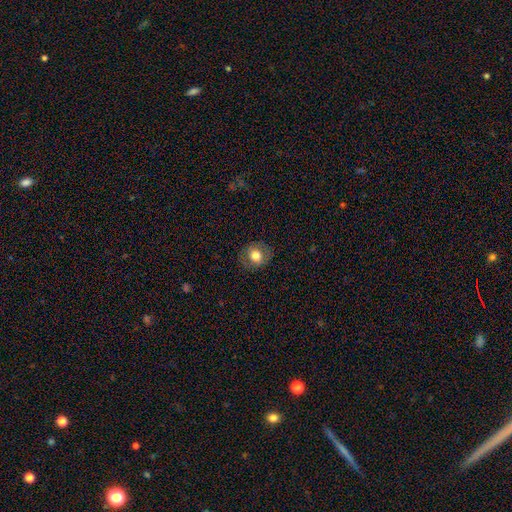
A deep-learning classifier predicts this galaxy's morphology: Smooth or featured?
  - smooth: 72% *
  - featured or disk: 19%
  - star or artifact: 9%
How rounded?
  - round: 76% *
  - in between: 23%
  - cigar-shaped: 1%
Merging?
  - none: 85% *
  - minor disturbance: 11%
  - major disturbance: 4%
  - merger: 1%